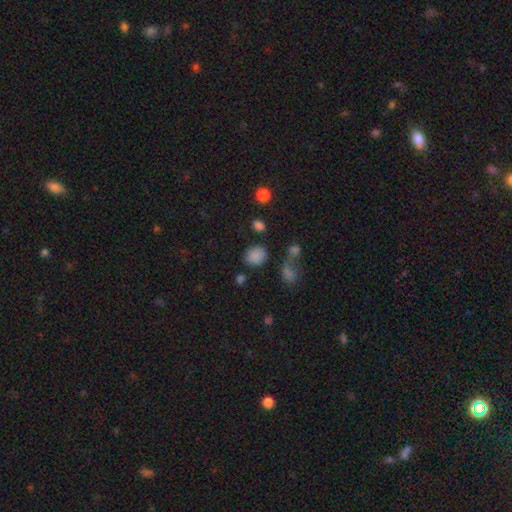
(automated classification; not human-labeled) Smooth or featured? smooth (81%)
How rounded? round (65%)
Merging? none (72%)